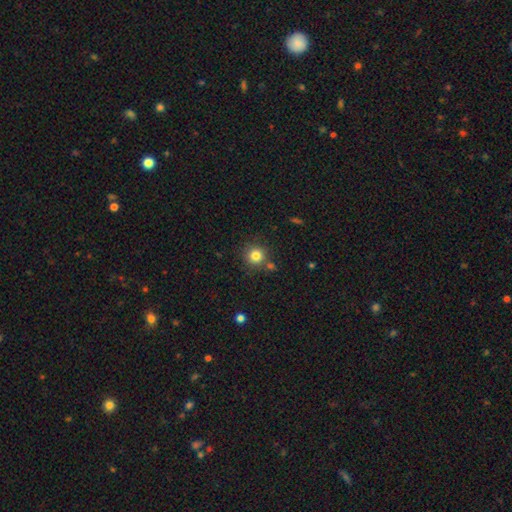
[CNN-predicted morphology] Smooth or featured: smooth — 81% (star or artifact — 12%)
How rounded: round — 93% (in between — 6%)
Merging: none — 79% (merger — 9%)